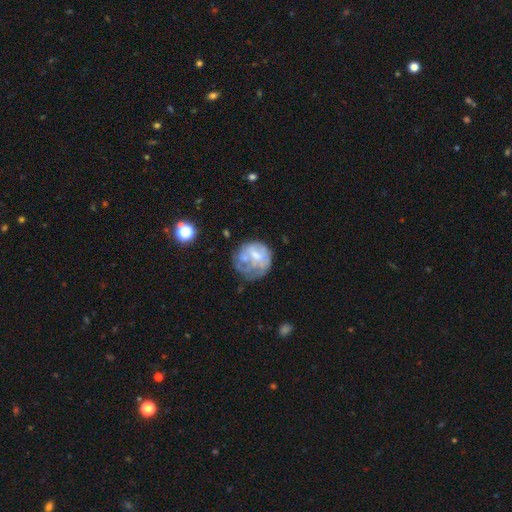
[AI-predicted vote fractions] Overall: featured or disk (52%; smooth 38%). Edge-on disk: no (98%). Bar: no (58%; weak 33%). Spiral arms: no (72%). Bulge size: small (32%, tied with moderate). Merging: none (42%; major disturbance 27%).